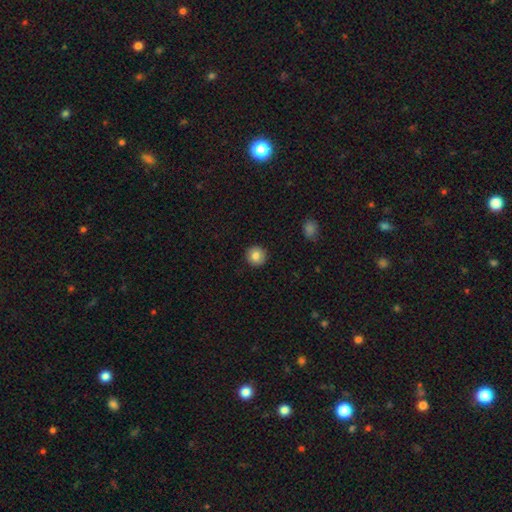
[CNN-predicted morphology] This appears to be a smooth galaxy with no disk features (84%) that is round (95%). Merging: none (92%).